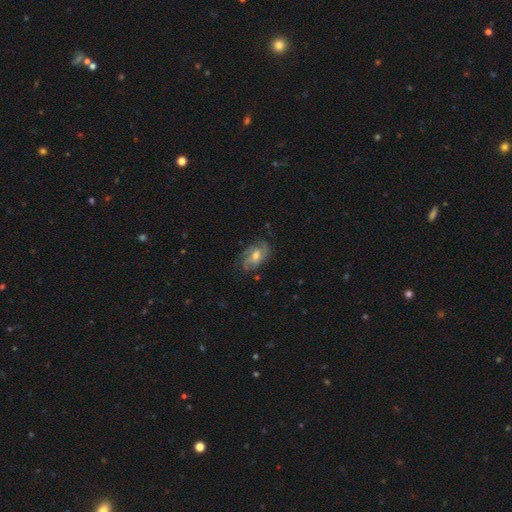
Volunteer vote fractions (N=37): Smooth or featured? featured or disk (78%)
Edge-on disk? no (97%)
Bar? no (57%)
Spiral arms? yes (93%)
Spiral winding? medium (65%)
Spiral arm count? 3 (58%)
Bulge size? moderate (71%)
Merging? none (57%)